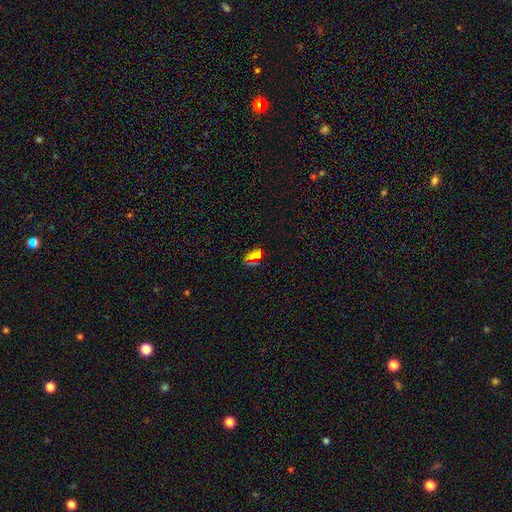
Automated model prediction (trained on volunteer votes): smooth-or-featured: smooth: 58% | star or artifact: 35% | featured or disk: 8%
  how-rounded: in between: 82% | round: 10% | cigar-shaped: 8%
  merging: none: 74% | minor disturbance: 15% | major disturbance: 6% | merger: 4%